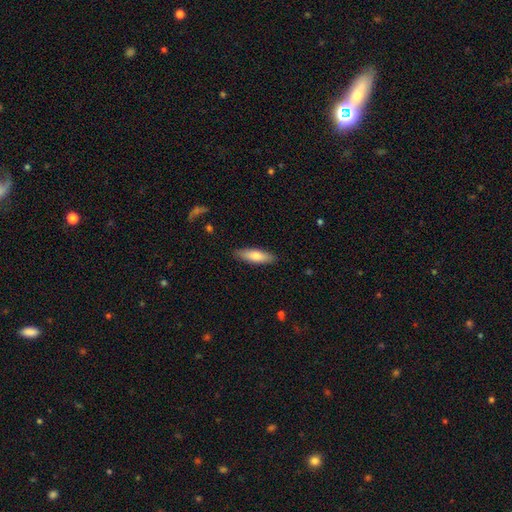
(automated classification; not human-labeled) Smooth or featured: smooth — 73% (featured or disk — 21%)
How rounded: cigar-shaped — 55% (in between — 44%)
Merging: none — 88% (minor disturbance — 9%)